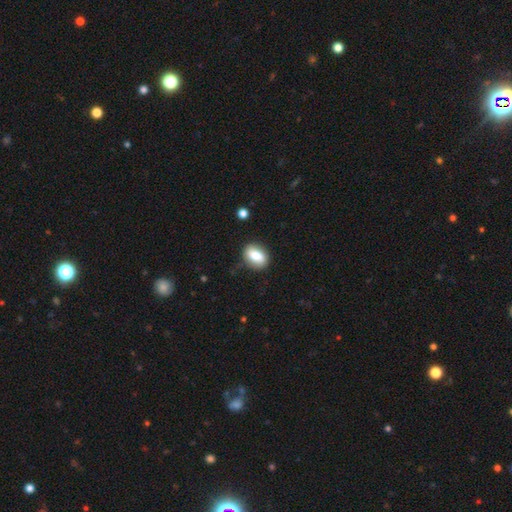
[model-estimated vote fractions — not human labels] Smooth or featured: smooth — 75% (featured or disk — 17%)
How rounded: in between — 74% (round — 24%)
Merging: none — 79% (minor disturbance — 15%)